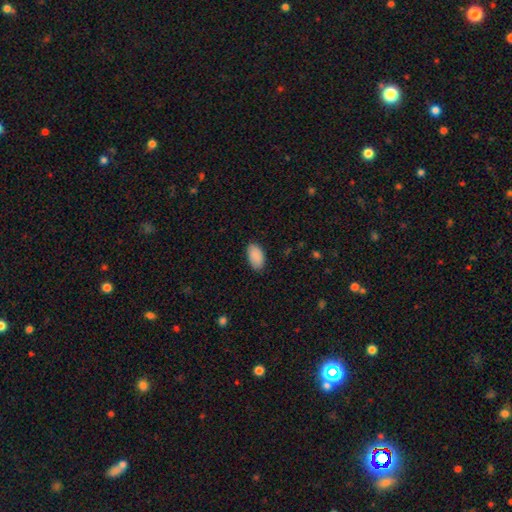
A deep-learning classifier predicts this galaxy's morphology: This appears to be a smooth galaxy with no disk features (90%) that is in between round and cigar-shaped (95%). Merging: none (85%).